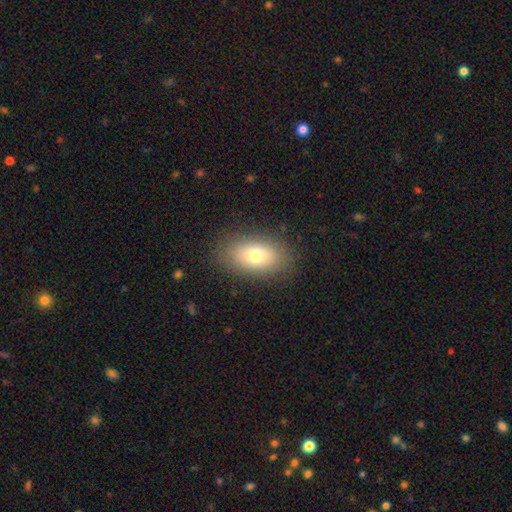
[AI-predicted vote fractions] This appears to be a smooth galaxy with no disk features (74%) that is in between round and cigar-shaped (88%). Merging: none (85%).